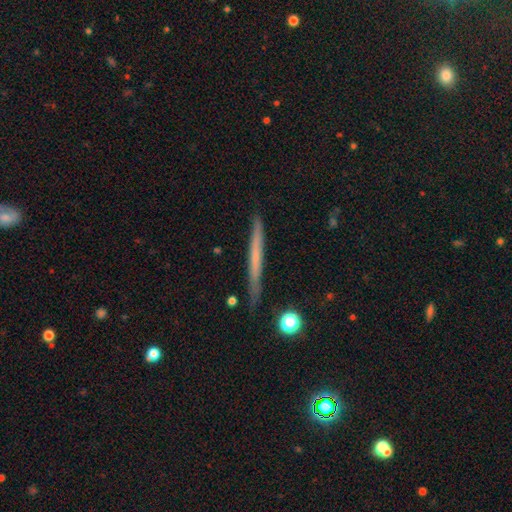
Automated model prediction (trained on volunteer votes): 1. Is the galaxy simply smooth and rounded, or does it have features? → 49% featured or disk, 44% smooth, 7% star or artifact.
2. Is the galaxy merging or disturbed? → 87% none, 10% minor disturbance, 2% major disturbance, 2% merger.